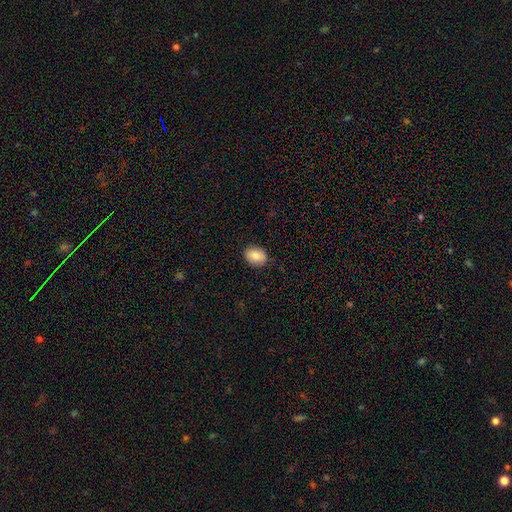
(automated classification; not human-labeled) A smooth galaxy with no disk features (84%) that is in between round and cigar-shaped (61%). Merging: none (87%).